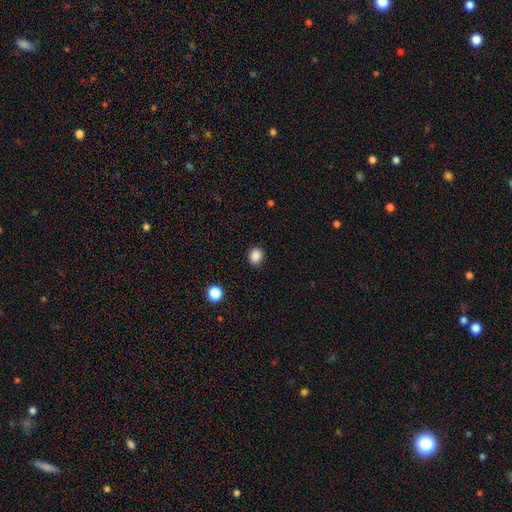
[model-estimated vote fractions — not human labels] Smooth or featured: smooth — 86% (star or artifact — 11%)
How rounded: round — 74% (in between — 25%)
Merging: none — 90% (minor disturbance — 7%)